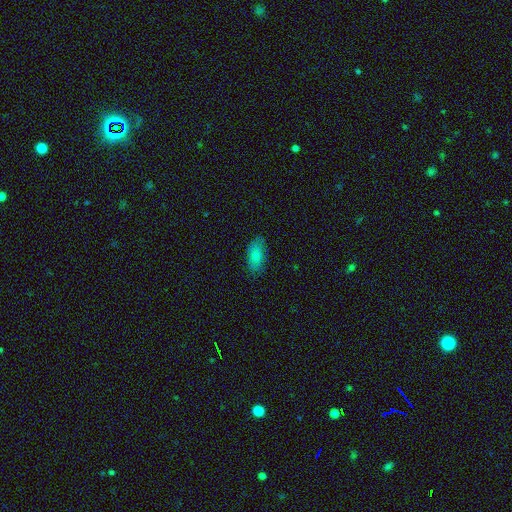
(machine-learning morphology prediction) A smooth galaxy with no disk features (82%) that is in between round and cigar-shaped (88%). Merging: none (82%).